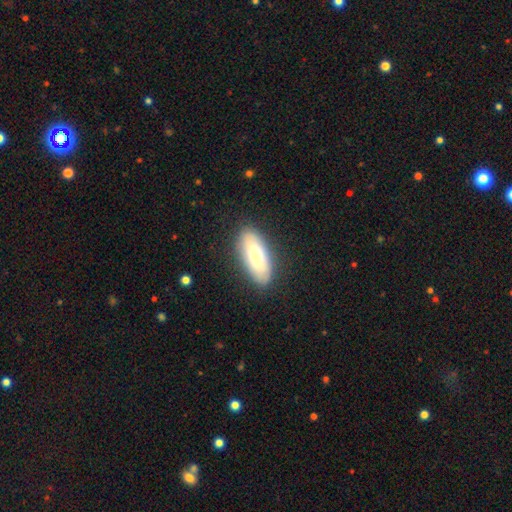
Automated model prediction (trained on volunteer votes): smooth 74%, featured or disk 20%, star or artifact 6%. Down the decision tree: how rounded — in between (76%); merging — none (85%).